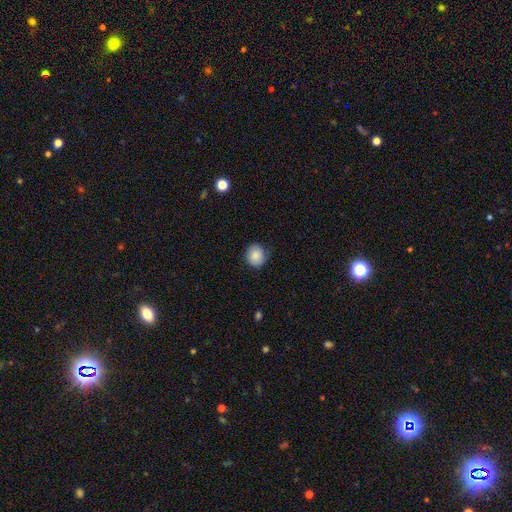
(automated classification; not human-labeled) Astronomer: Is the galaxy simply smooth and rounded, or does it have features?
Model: smooth — 86%.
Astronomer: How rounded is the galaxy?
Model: round — 83%.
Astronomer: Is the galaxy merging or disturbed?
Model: none — 80%.